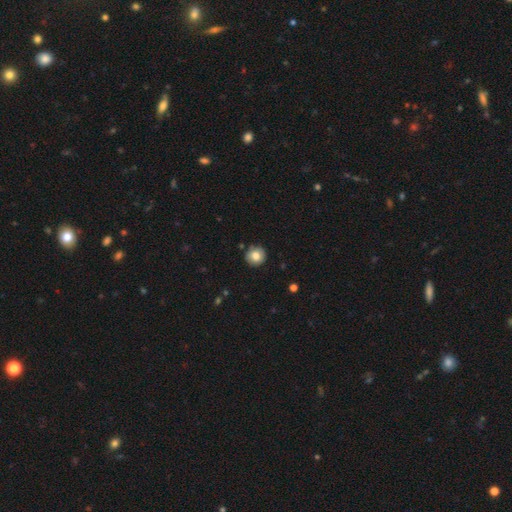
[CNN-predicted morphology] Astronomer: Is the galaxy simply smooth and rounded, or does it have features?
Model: smooth — 80%.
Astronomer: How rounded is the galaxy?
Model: round — 93%.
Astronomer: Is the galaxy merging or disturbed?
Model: none — 88%.